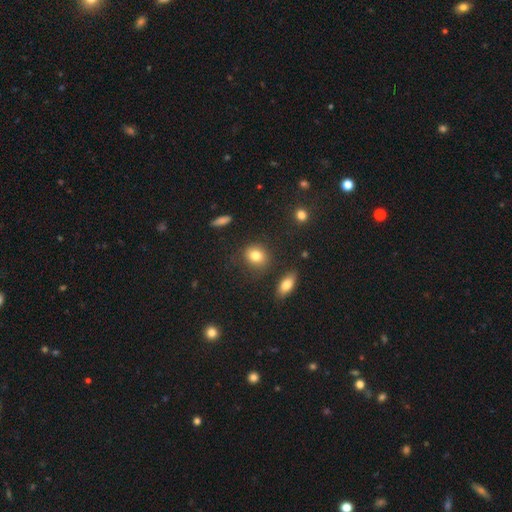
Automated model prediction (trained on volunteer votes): The model was most divided on "how rounded": round: 66%, in between: 32%, cigar-shaped: 2%. More confident: smooth or featured — smooth (82%); merging — none (80%).